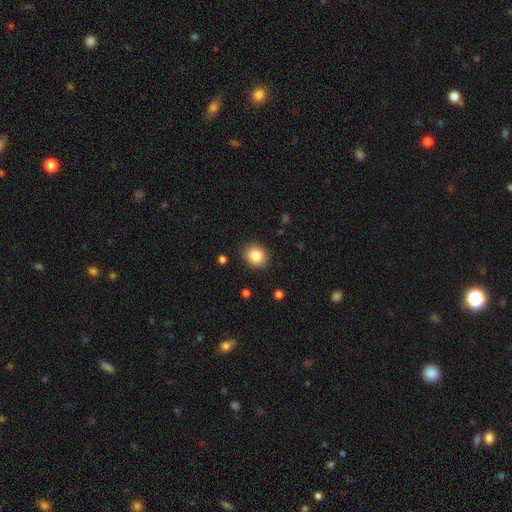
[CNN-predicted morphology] Smooth or featured? smooth (84%)
How rounded? round (73%)
Merging? none (90%)